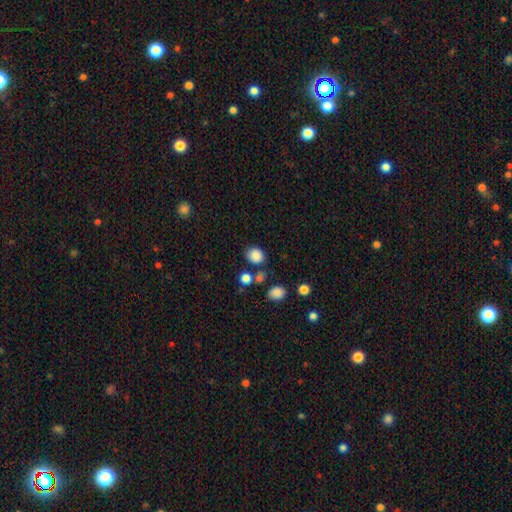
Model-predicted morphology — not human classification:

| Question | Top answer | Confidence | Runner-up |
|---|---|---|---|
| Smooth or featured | smooth | 86% | star or artifact (10%) |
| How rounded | round | 60% | in between (39%) |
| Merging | none | 71% | minor disturbance (15%) |